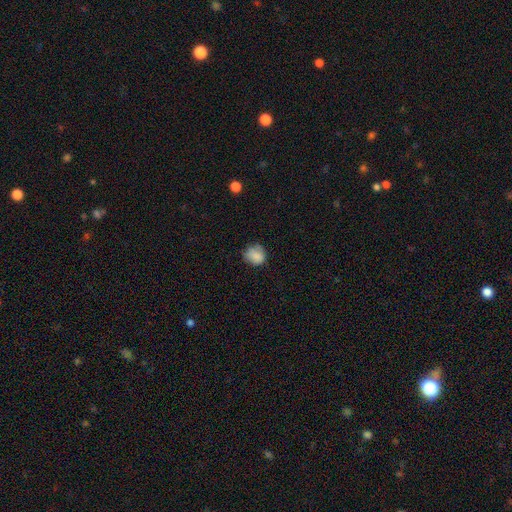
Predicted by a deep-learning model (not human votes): Overall: smooth (83%). How rounded: round (78%). Merging: none (66%).